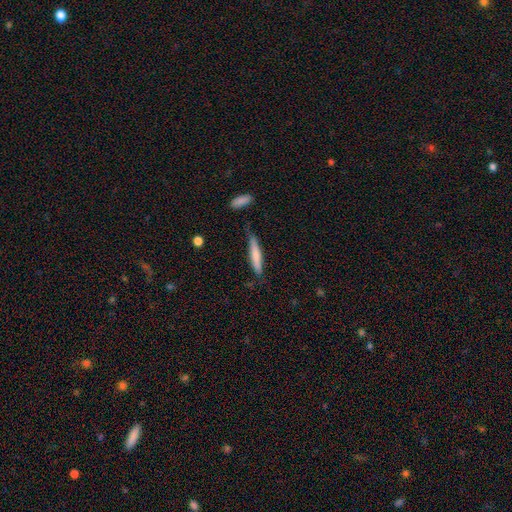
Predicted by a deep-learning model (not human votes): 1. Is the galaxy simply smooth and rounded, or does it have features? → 73% smooth, 22% featured or disk, 6% star or artifact.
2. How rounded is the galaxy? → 90% cigar-shaped, 9% in between, 1% round.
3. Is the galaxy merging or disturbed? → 76% none, 17% minor disturbance, 3% merger, 3% major disturbance.